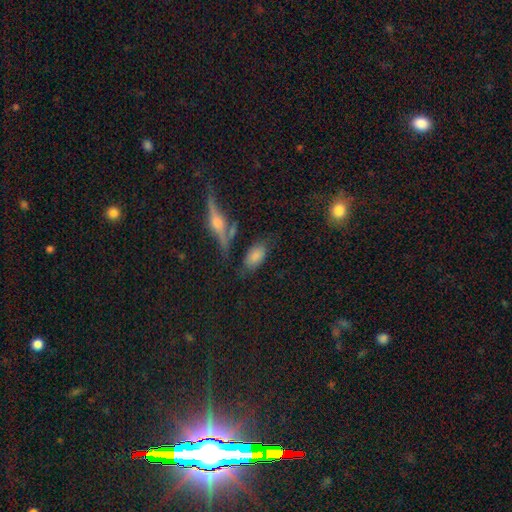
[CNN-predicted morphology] Smooth or featured: smooth — 76% (featured or disk — 15%)
How rounded: in between — 91% (cigar-shaped — 5%)
Merging: none — 68% (minor disturbance — 18%)